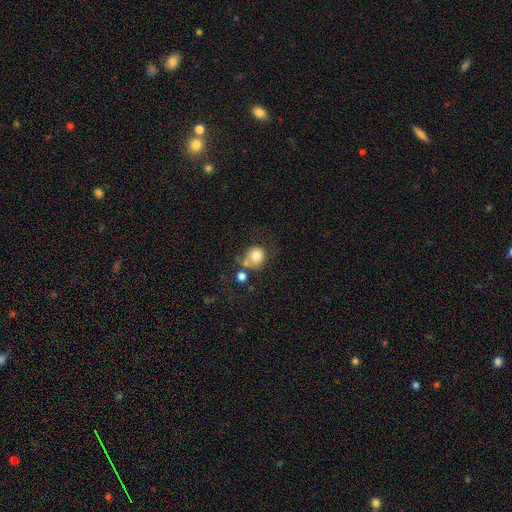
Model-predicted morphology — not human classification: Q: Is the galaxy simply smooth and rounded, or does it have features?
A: smooth — 78%.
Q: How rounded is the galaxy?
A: round — 83%.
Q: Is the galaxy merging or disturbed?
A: none — 47%.